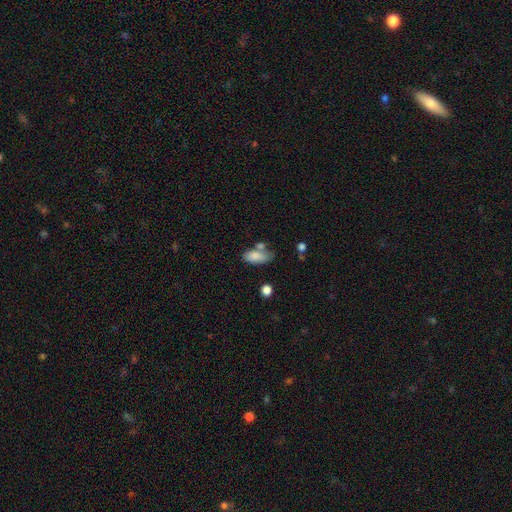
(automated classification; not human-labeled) smooth-or-featured: smooth: 82% | featured or disk: 11% | star or artifact: 7%
  how-rounded: in between: 89% | cigar-shaped: 8% | round: 3%
  merging: none: 48% | minor disturbance: 23% | merger: 20% | major disturbance: 8%